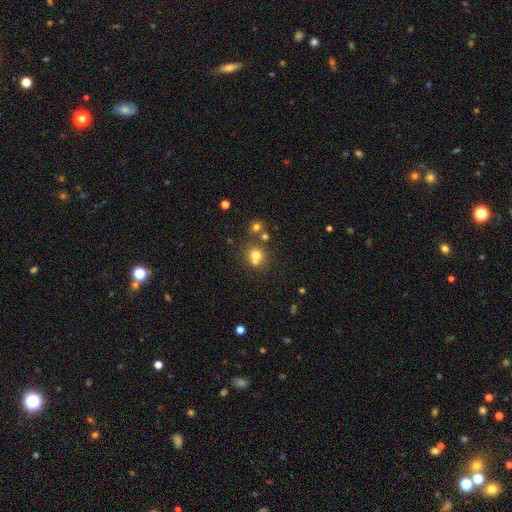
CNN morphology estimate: Overall: smooth (69%). How rounded: round (84%). Merging: none (51%; merger 37%).